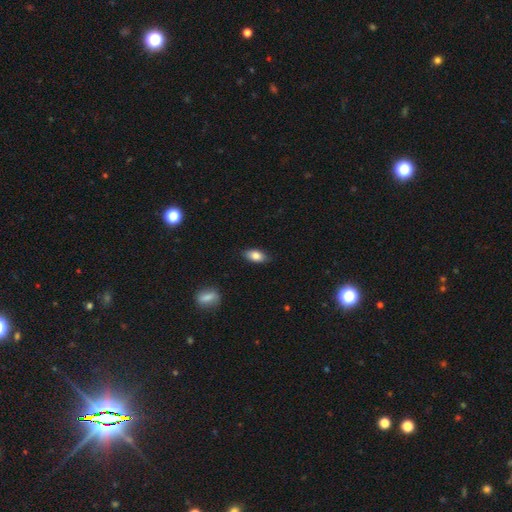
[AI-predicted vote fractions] This appears to be a smooth galaxy with no disk features (82%) that is in between round and cigar-shaped (89%). Merging: none (85%).